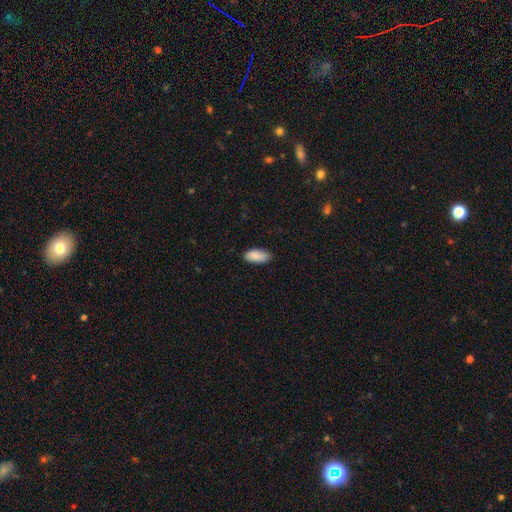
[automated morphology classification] A smooth galaxy with no disk features (89%) that is in between round and cigar-shaped (92%).

Vote fractions:
- Smooth or featured? smooth: 89% / star or artifact: 6% / featured or disk: 5%
- How rounded? in between: 92% / cigar-shaped: 6% / round: 2%
- Merging? none: 84% / minor disturbance: 13% / major disturbance: 2% / merger: 1%